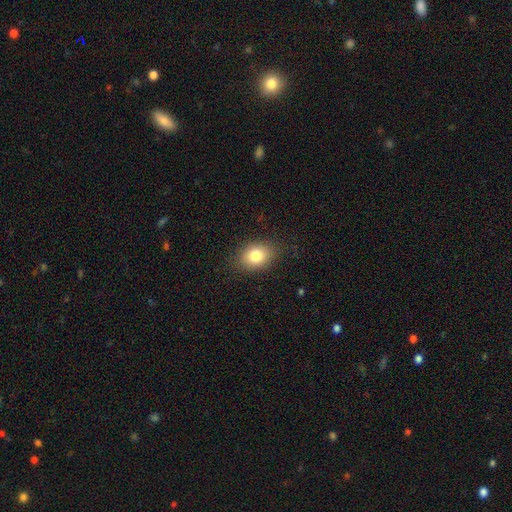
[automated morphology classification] type=smooth (81%); roundness=in between (69%); merging=none (83%).